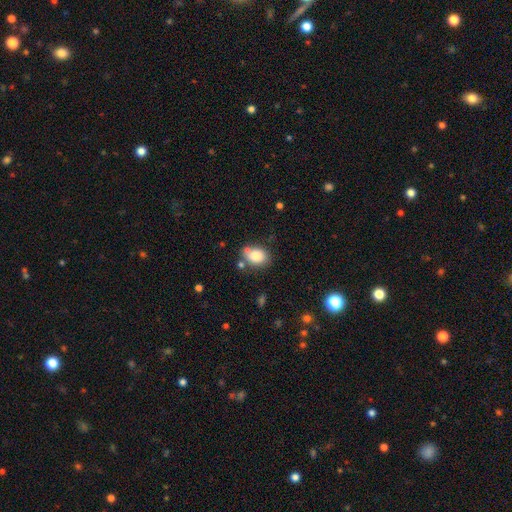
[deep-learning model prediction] A smooth galaxy with no disk features (80%) that is in between round and cigar-shaped (68%).

Vote fractions:
- Smooth or featured? smooth: 80% / featured or disk: 11% / star or artifact: 9%
- How rounded? in between: 68% / round: 31% / cigar-shaped: 1%
- Merging? none: 63% / minor disturbance: 18% / merger: 13% / major disturbance: 5%